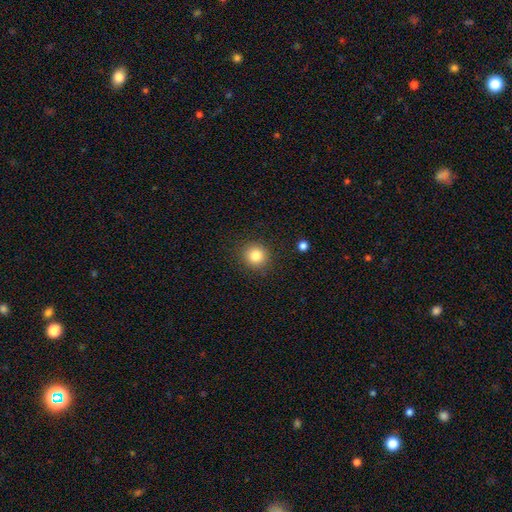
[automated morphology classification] smooth 83%, star or artifact 11%, featured or disk 6%. Down the decision tree: how rounded — round (89%); merging — none (89%).